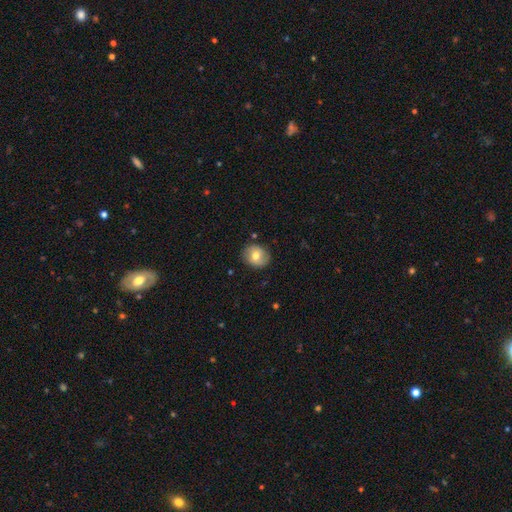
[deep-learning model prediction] A smooth galaxy with no disk features (68%) that is round (67%).

Vote fractions:
- Smooth or featured? smooth: 68% / featured or disk: 23% / star or artifact: 8%
- How rounded? round: 67% / in between: 32% / cigar-shaped: 1%
- Merging? none: 84% / minor disturbance: 12% / major disturbance: 3% / merger: 1%